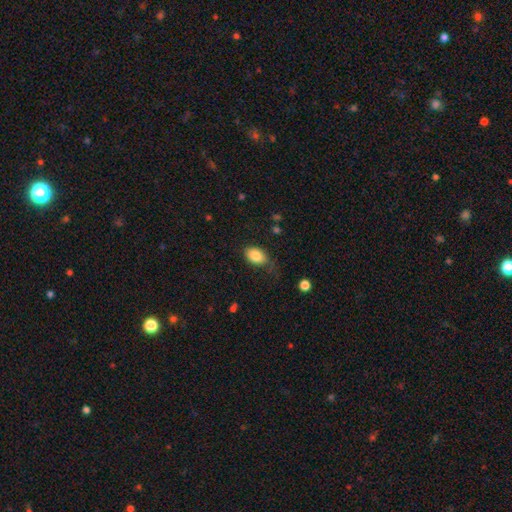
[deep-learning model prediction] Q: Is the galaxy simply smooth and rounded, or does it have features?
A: smooth — 85%.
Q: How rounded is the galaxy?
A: in between — 87%.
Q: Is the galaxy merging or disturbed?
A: none — 67%.